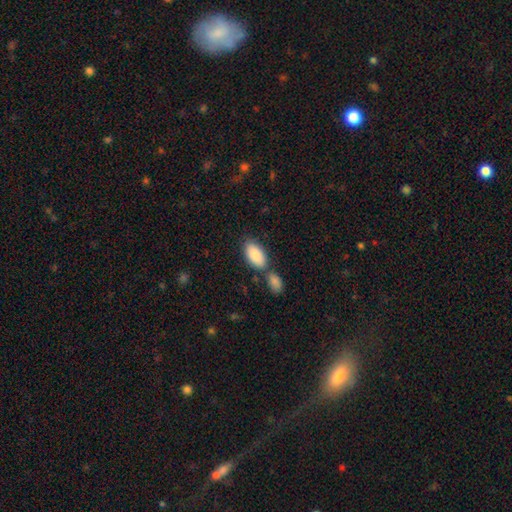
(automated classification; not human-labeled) Smooth or featured: smooth — 88% (featured or disk — 6%)
How rounded: in between — 94% (cigar-shaped — 3%)
Merging: none — 57% (merger — 26%)